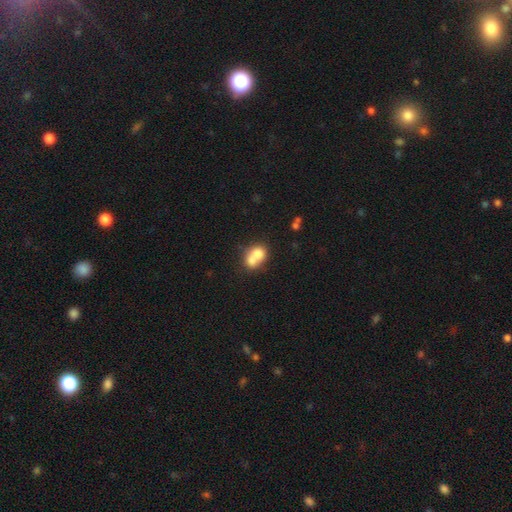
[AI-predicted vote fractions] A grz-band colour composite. It shows a smooth galaxy with no disk features (69%) that is round (50%). Merging: merger (68%).